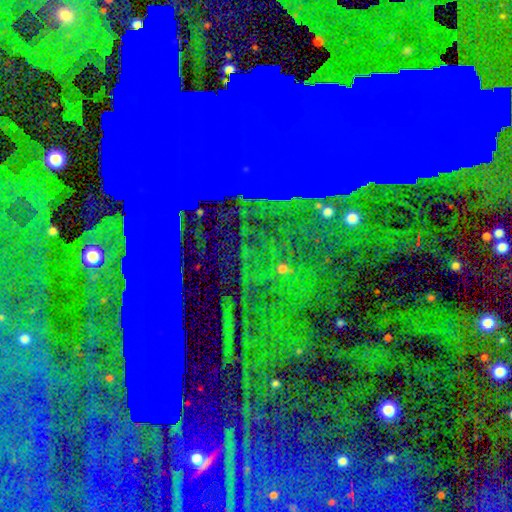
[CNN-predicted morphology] Smooth or featured? star or artifact (84%)